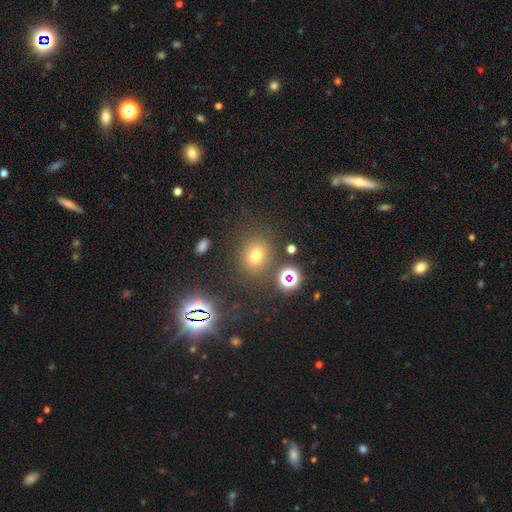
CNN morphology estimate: This is likely a smooth galaxy (65%). How rounded: likely round (76%). Merging: clearly none (80%).